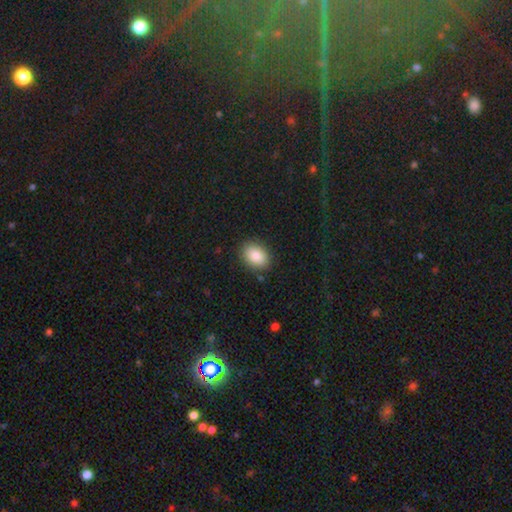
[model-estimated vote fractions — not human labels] The model was most divided on "how rounded": in between: 74%, round: 25%, cigar-shaped: 1%. More confident: merging — none (86%); smooth or featured — smooth (86%).